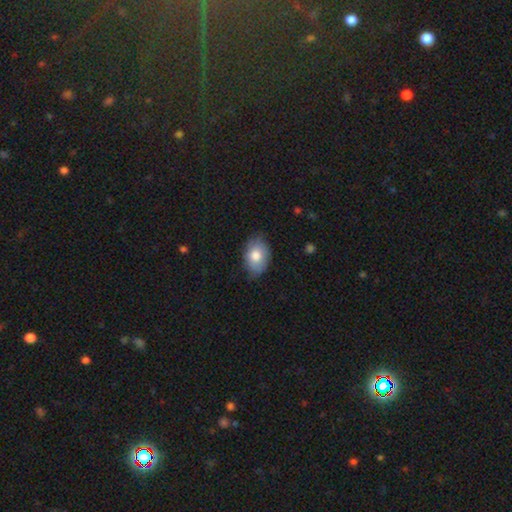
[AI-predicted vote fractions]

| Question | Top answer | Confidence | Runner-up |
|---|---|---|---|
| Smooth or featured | smooth | 78% | featured or disk (15%) |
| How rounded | in between | 82% | round (17%) |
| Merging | none | 70% | minor disturbance (25%) |